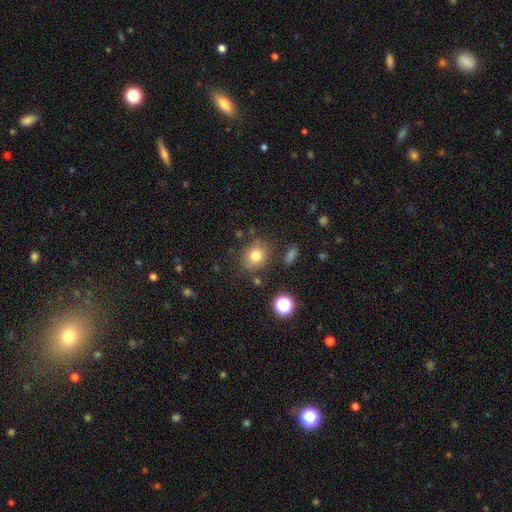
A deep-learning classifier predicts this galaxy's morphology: Overall: smooth (78%). How rounded: round (70%). Merging: none (76%).